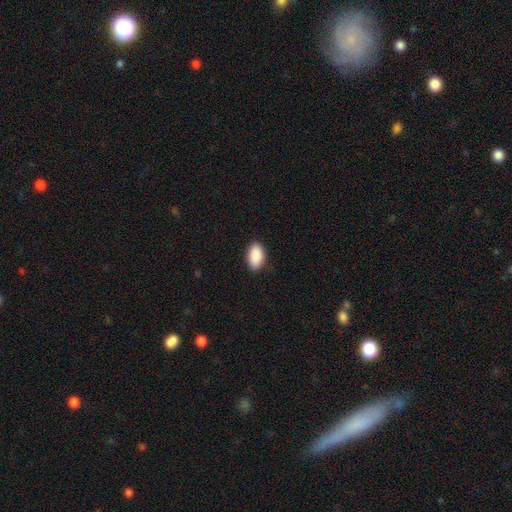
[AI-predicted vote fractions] Smooth or featured? Predicted: smooth (p=0.91). How rounded? Predicted: in between (p=0.94). Merging? Predicted: none (p=0.88).